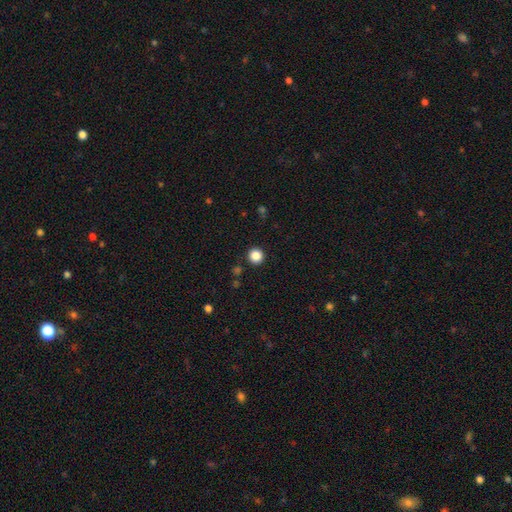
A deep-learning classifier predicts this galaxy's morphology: Overall: smooth (86%). How rounded: round (96%). Merging: none (92%).